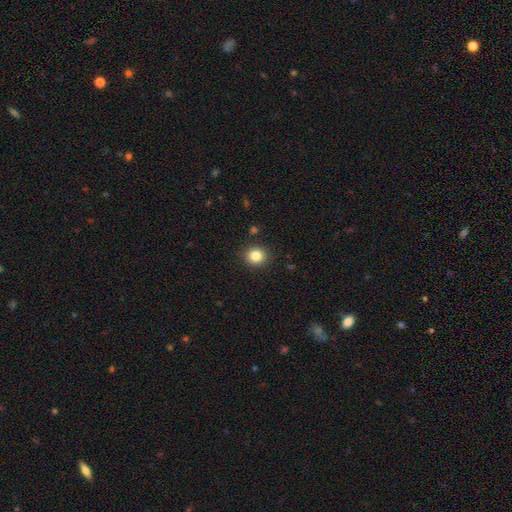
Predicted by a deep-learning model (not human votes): smooth 84%, star or artifact 11%, featured or disk 6%. Down the decision tree: how rounded — round (82%); merging — none (89%).